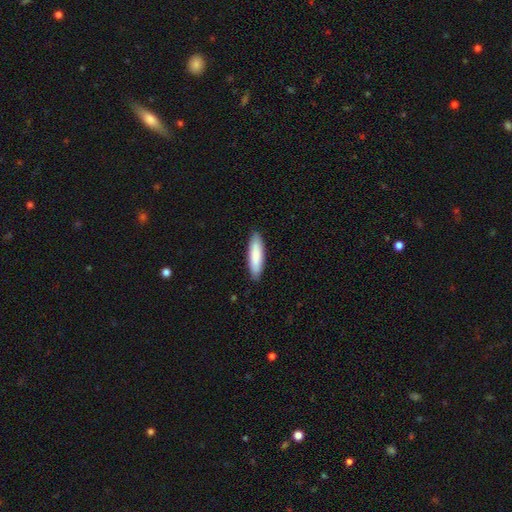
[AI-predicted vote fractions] smooth 85%, featured or disk 11%, star or artifact 5%. Down the decision tree: how rounded — cigar-shaped (67%); merging — none (89%).